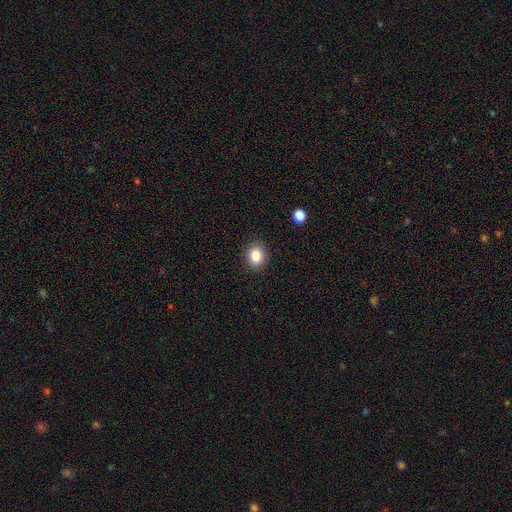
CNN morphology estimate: This is clearly a smooth galaxy (86%). How rounded: possibly round (53%). Merging: clearly none (88%).